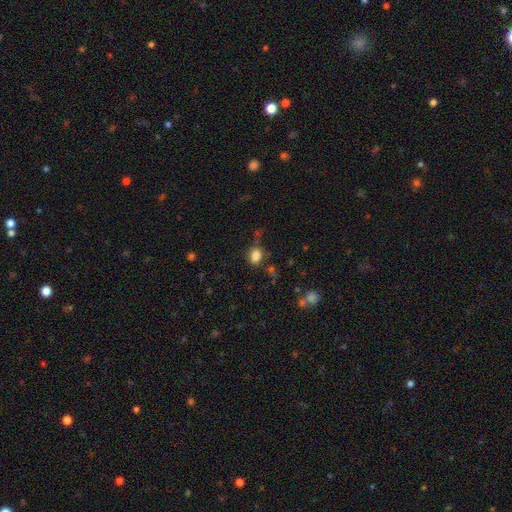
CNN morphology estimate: Overall: smooth (82%). How rounded: in between (63%; round 36%). Merging: none (70%).